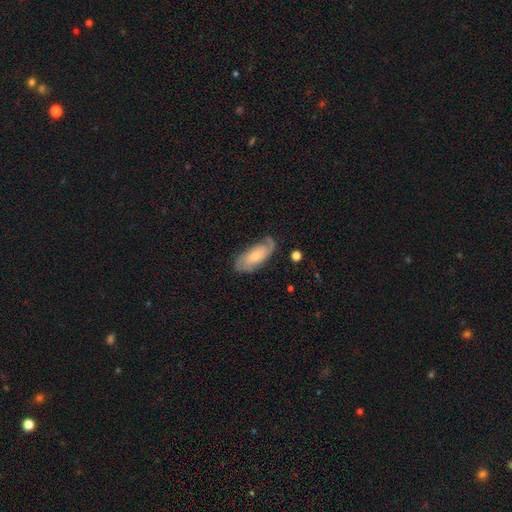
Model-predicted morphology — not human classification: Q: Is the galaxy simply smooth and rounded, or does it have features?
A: featured or disk — 67%.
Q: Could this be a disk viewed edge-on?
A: no — 92%.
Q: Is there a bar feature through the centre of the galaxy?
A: no — 66%.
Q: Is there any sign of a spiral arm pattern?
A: yes — 92%.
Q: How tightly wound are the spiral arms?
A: tight — 48%.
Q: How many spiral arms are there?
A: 2 — 63%.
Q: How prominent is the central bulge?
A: small — 47%.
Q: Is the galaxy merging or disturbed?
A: none — 73%.